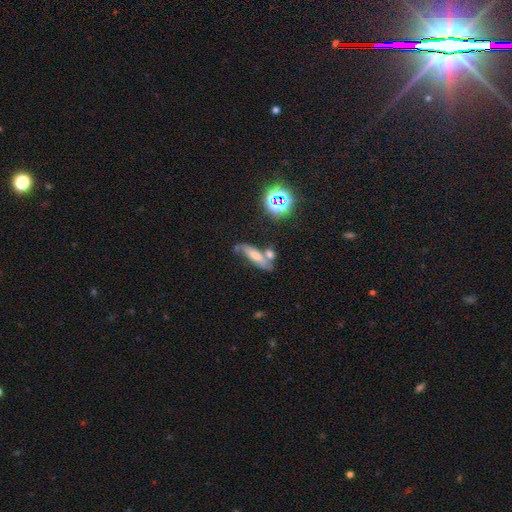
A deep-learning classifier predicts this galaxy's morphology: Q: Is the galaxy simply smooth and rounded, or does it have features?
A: smooth — 53%.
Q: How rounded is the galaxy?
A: in between — 51%.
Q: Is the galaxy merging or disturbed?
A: none — 43%.